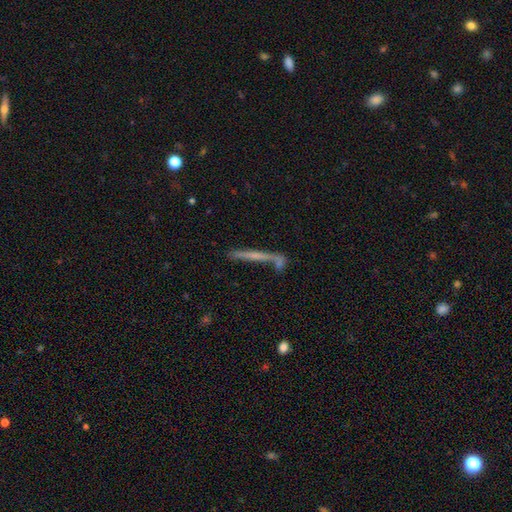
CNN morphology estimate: smooth_or_featured: featured or disk (p=0.50) [alt: smooth p=0.40]
disk_edge_on: yes (p=0.91) [alt: no p=0.09]
merging: none (p=0.60) [alt: merger p=0.21]